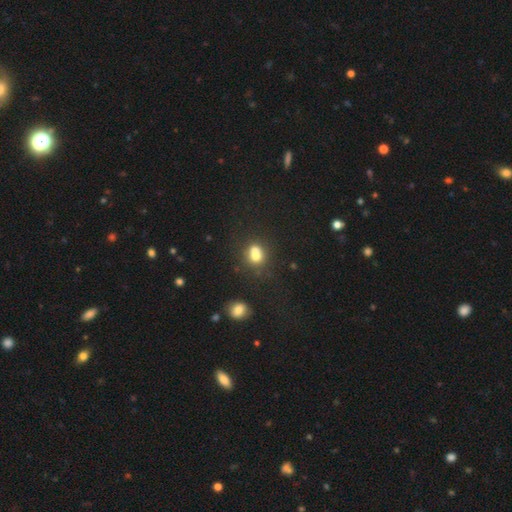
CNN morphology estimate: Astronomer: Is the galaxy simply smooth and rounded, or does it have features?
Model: smooth — 71%.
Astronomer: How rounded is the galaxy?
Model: round — 62%.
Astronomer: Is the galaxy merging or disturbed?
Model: merger — 49% (runner-up: none, 35%).